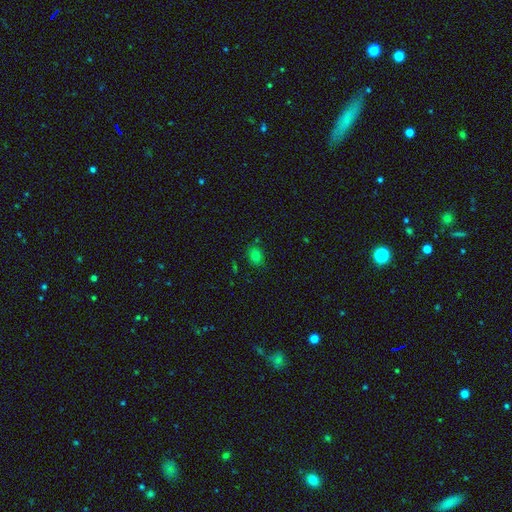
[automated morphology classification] A smooth galaxy with no disk features (76%) that is in between round and cigar-shaped (55%).

Vote fractions:
- Smooth or featured? smooth: 76% / star or artifact: 16% / featured or disk: 7%
- How rounded? in between: 55% / round: 44% / cigar-shaped: 1%
- Merging? none: 79% / minor disturbance: 14% / merger: 4% / major disturbance: 3%